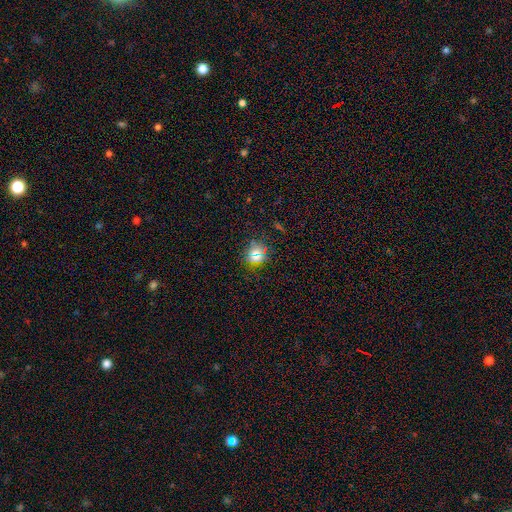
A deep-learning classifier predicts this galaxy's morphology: The model was most divided on "smooth or featured": smooth: 60%, star or artifact: 31%, featured or disk: 9%. More confident: how rounded — round (86%); merging — none (85%).